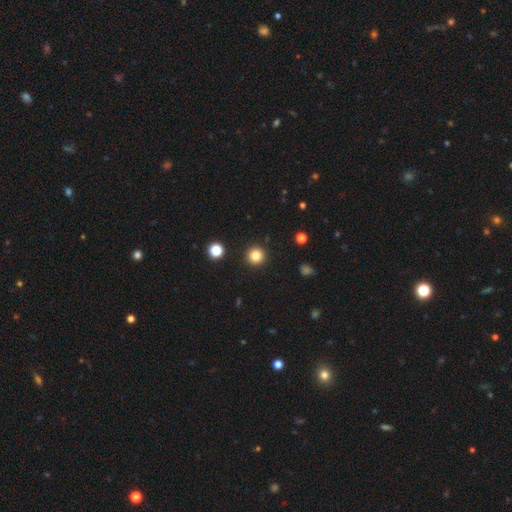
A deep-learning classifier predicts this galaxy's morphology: Smooth or featured: smooth — 83% (star or artifact — 12%)
How rounded: round — 96% (in between — 3%)
Merging: none — 93% (minor disturbance — 4%)